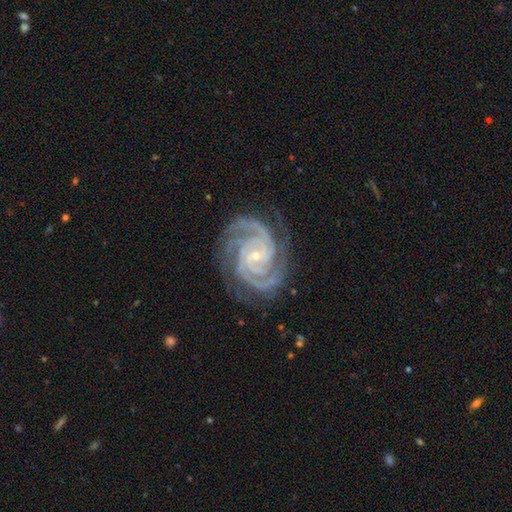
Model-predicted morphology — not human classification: Overall: featured or disk (94%). Edge-on disk: no (98%). Bar: no (58%; weak 27%). Spiral arms: yes (99%). Spiral arm count: 3 (34%; 2 28%). Spiral winding: tight (77%). Bulge size: small (82%). Merging: none (79%).